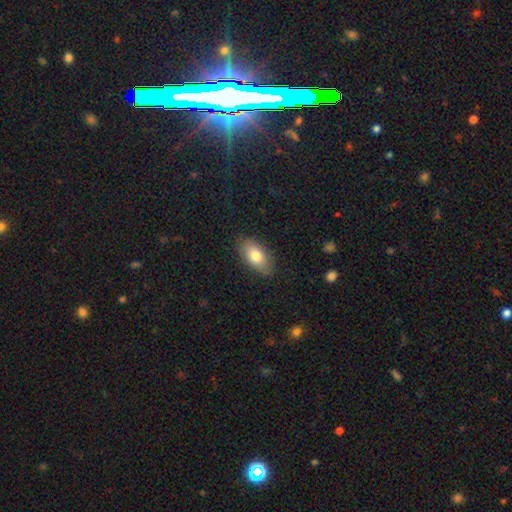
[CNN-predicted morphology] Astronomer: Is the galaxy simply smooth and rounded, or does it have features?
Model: smooth — 78%.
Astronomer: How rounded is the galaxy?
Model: in between — 91%.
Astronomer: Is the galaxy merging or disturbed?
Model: none — 84%.